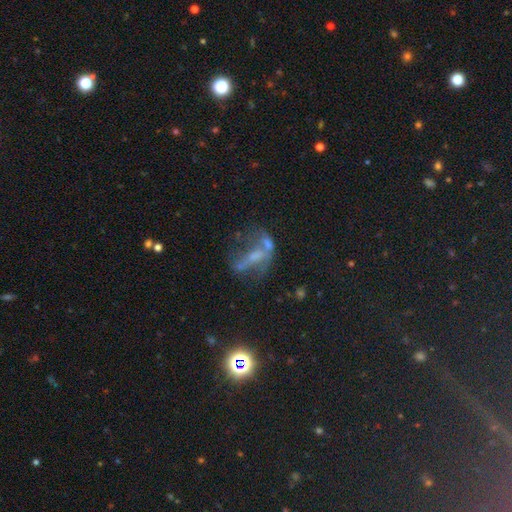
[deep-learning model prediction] Smooth or featured: featured or disk — 52% (star or artifact — 24%)
Edge-on disk: no — 85% (yes — 15%)
Merging: none — 33% (major disturbance — 30%)